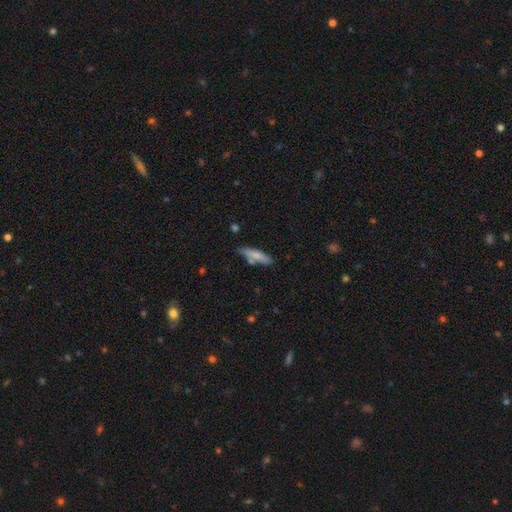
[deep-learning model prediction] smooth 77%, featured or disk 17%, star or artifact 6%. Down the decision tree: how rounded — cigar-shaped (71%); merging — none (69%).